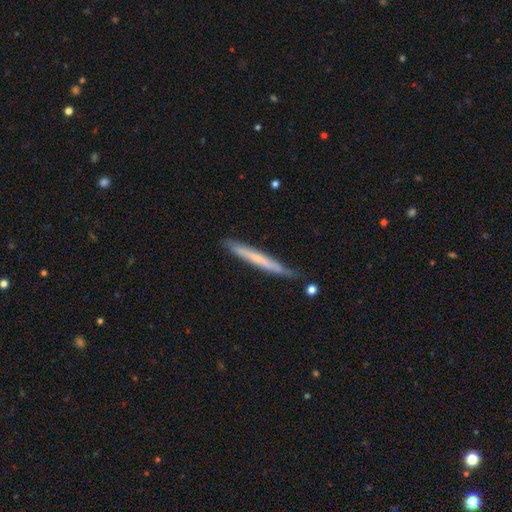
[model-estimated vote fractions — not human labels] Smooth or featured: smooth — 47% (featured or disk — 45%)
Merging: none — 86% (minor disturbance — 10%)